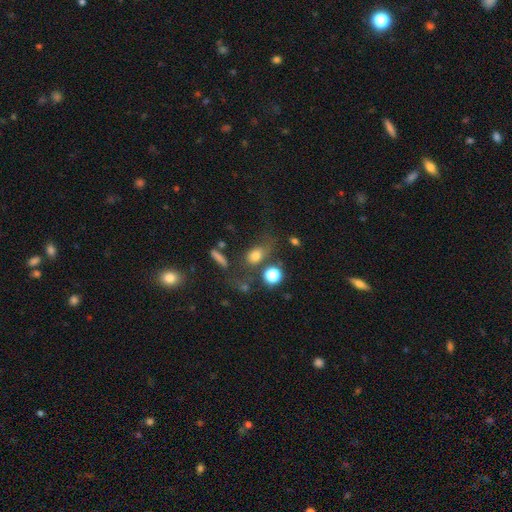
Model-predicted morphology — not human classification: Smooth or featured? Predicted: smooth (p=0.74). How rounded? Predicted: in between (p=0.66). Merging? Predicted: none (p=0.52).